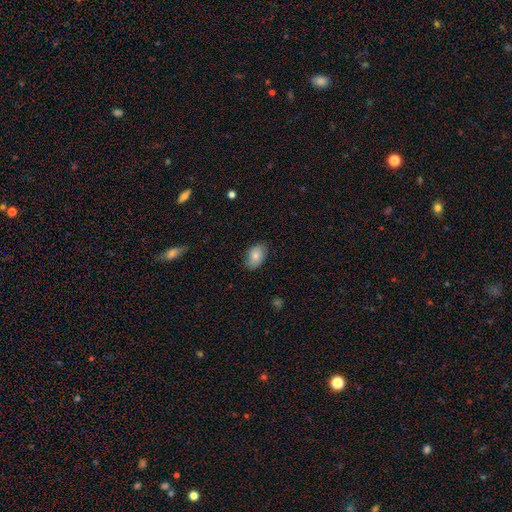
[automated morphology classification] A smooth galaxy with no disk features (76%) that is in between round and cigar-shaped (84%). Merging: none (73%).